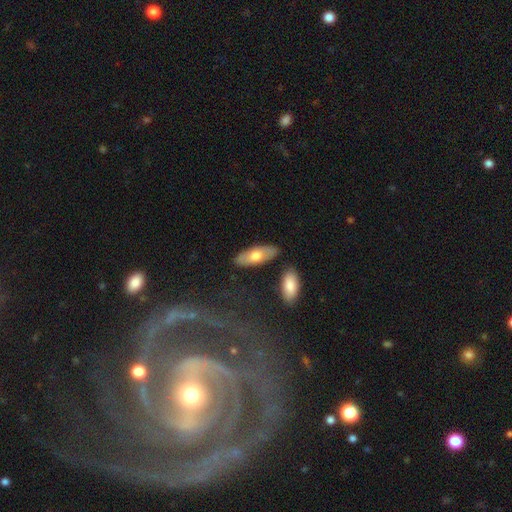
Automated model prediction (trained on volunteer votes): Q: Smooth or featured?
A: smooth (66%); runner-up: featured or disk (28%)
Q: How rounded?
A: in between (77%); runner-up: cigar-shaped (21%)
Q: Merging?
A: none (82%); runner-up: minor disturbance (11%)